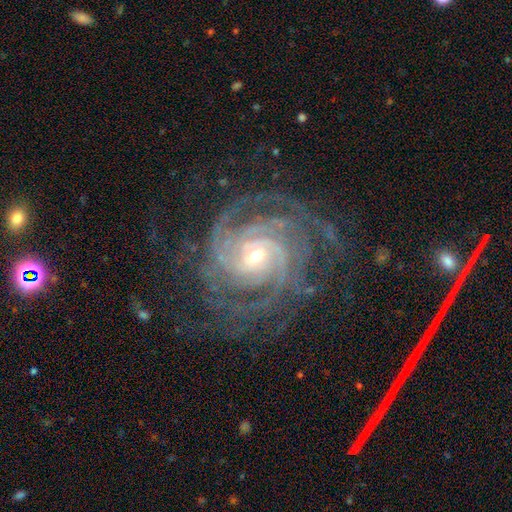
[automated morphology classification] Smooth or featured? Predicted: featured or disk (p=0.92). Edge-on disk? Predicted: no (p=0.97). Bar? Predicted: no (p=0.58). Spiral arms? Predicted: yes (p=0.98). Spiral winding? Predicted: tight (p=0.72). Spiral arm count? Predicted: 4 (p=0.23). Bulge size? Predicted: small (p=0.54). Merging? Predicted: none (p=0.74).